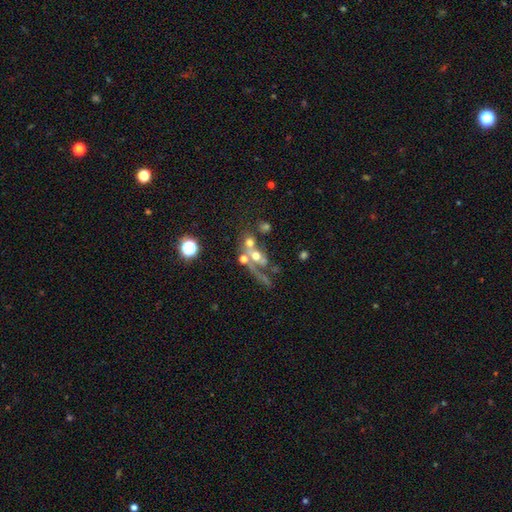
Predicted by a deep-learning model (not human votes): featured or disk 46%, smooth 36%, star or artifact 18%. Down the decision tree: merging — merger (51%).